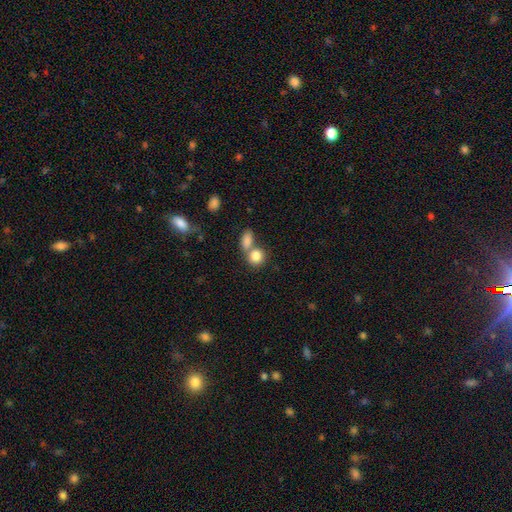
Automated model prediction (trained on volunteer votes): smooth-or-featured: smooth: 84% | star or artifact: 8% | featured or disk: 8%
  how-rounded: round: 70% | in between: 28% | cigar-shaped: 2%
  merging: merger: 46% | none: 43% | minor disturbance: 8% | major disturbance: 4%